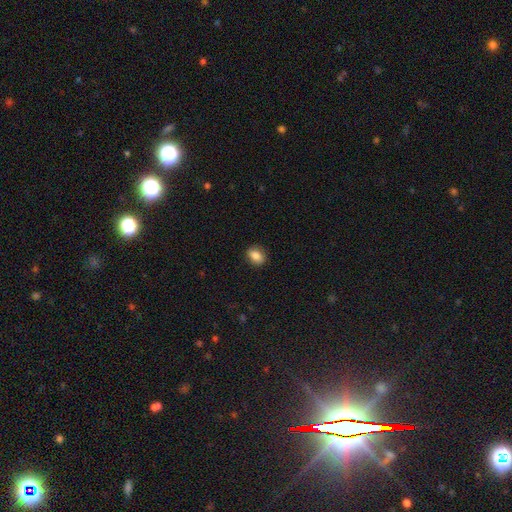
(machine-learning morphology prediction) Smooth or featured? Predicted: smooth (p=0.86). How rounded? Predicted: in between (p=0.70). Merging? Predicted: none (p=0.87).